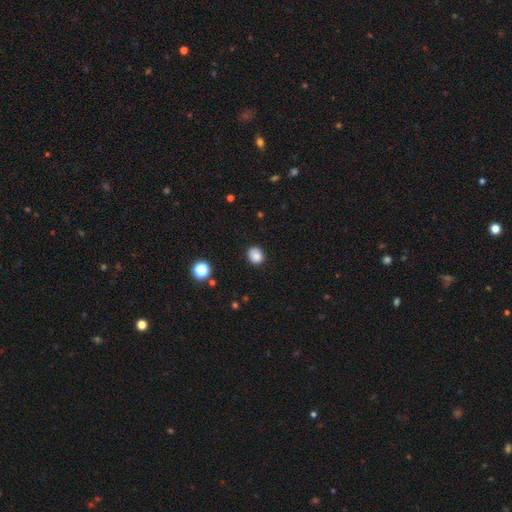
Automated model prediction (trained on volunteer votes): Morphology: type=smooth (85%); roundness=round (63%); merging=none (85%).